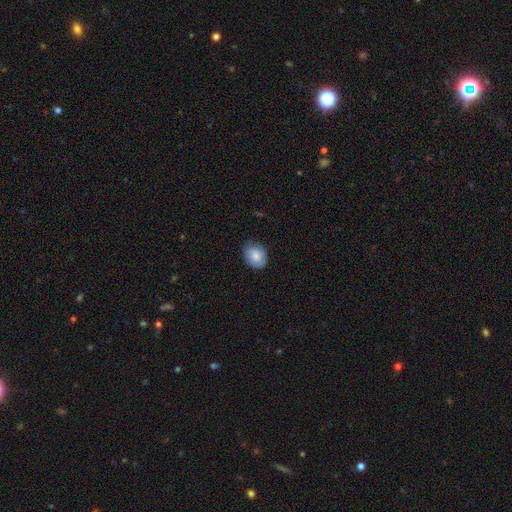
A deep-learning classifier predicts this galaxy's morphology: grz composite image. It shows a smooth galaxy with no disk features (79%) that is in between round and cigar-shaped (53%). Merging: none (78%).